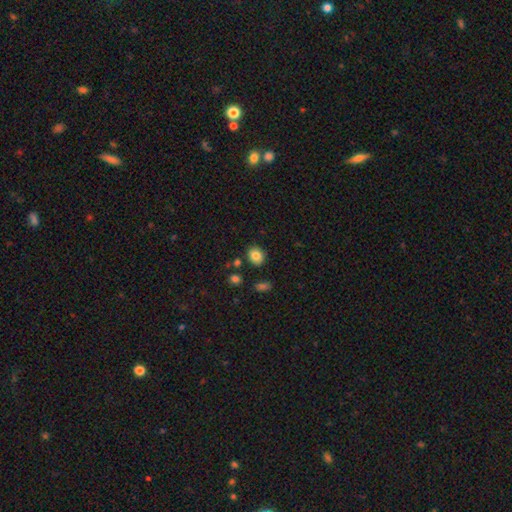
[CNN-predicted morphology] smooth_or_featured: smooth (p=0.83) [alt: star or artifact p=0.10]
how_rounded: round (p=0.66) [alt: in between p=0.33]
merging: none (p=0.86) [alt: minor disturbance p=0.09]